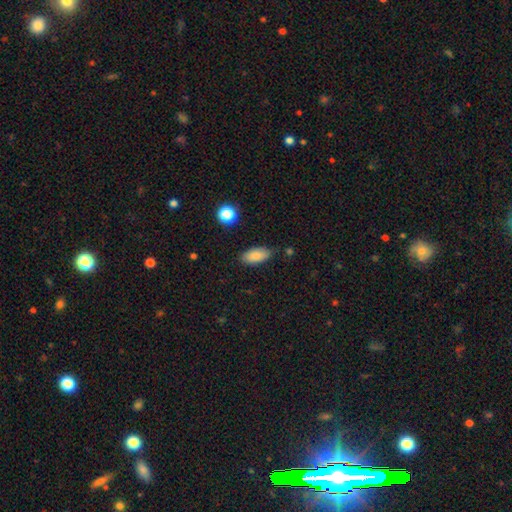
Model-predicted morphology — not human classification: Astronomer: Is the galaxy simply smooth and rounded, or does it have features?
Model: smooth — 84%.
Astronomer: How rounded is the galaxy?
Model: in between — 90%.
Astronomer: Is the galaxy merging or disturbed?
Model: none — 80%.